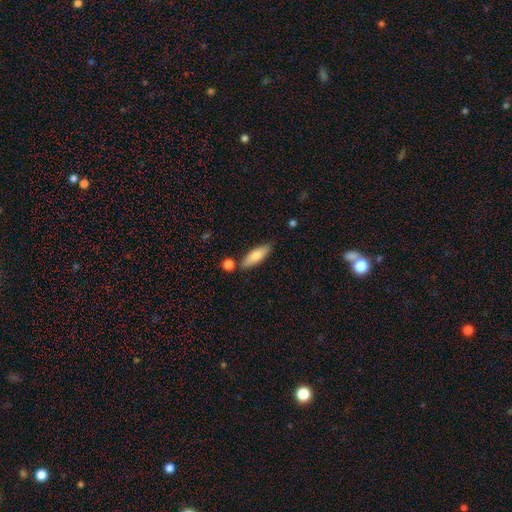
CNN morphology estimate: A smooth galaxy with no disk features (77%) that is in between round and cigar-shaped (50%). Merging: none (77%).